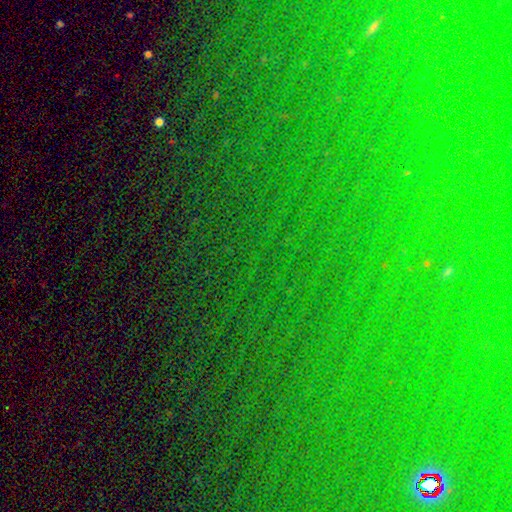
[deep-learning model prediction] A star or artifact, not a galaxy (81%).

Vote fractions:
- Smooth or featured? star or artifact: 81% / smooth: 11% / featured or disk: 8%